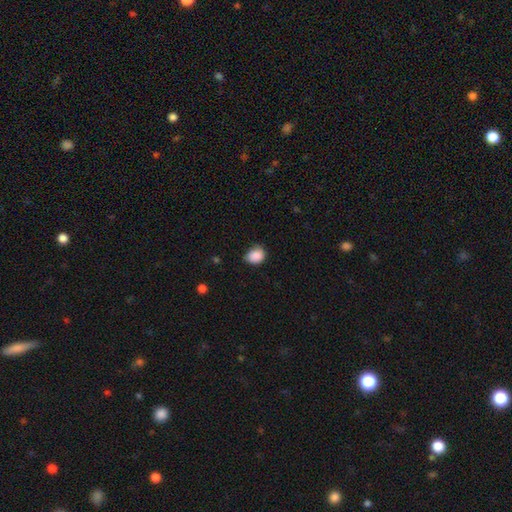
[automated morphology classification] type=smooth (88%); roundness=round (50%); merging=none (61%).